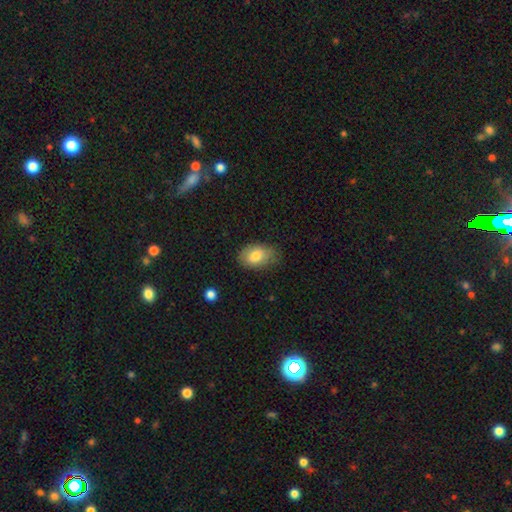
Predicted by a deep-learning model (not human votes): smooth 79%, featured or disk 14%, star or artifact 7%. Down the decision tree: how rounded — in between (87%); merging — none (73%).